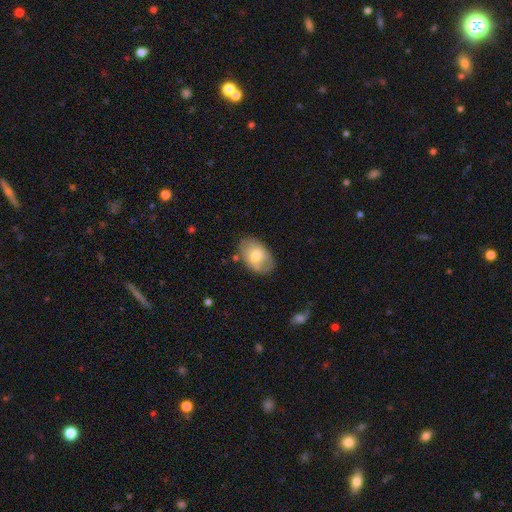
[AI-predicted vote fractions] A smooth galaxy with no disk features (65%) that is in between round and cigar-shaped (87%). Merging: none (70%).